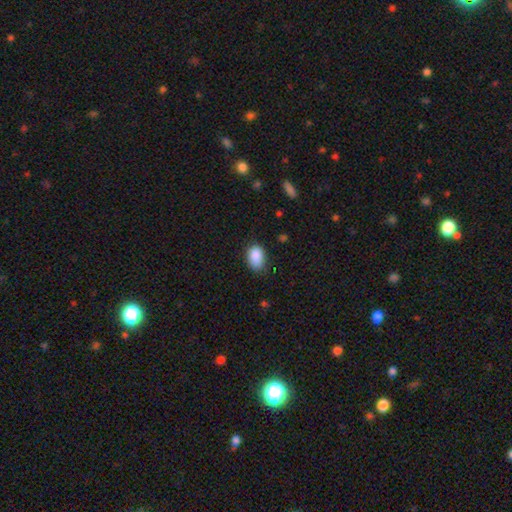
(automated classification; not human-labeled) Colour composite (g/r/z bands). It shows a smooth galaxy with no disk features (88%) that is in between round and cigar-shaped (86%). Merging: none (70%).